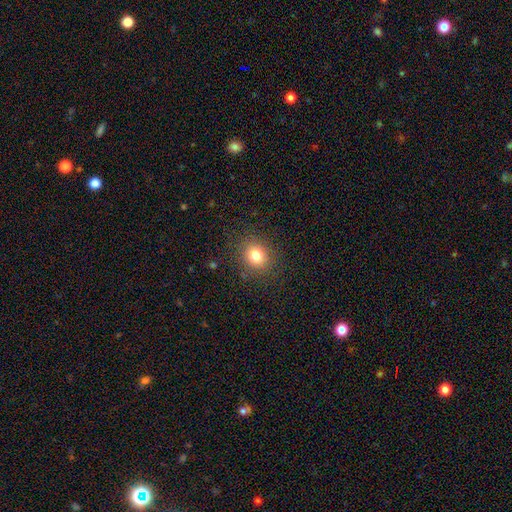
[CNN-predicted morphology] This appears to be a smooth galaxy with no disk features (79%) that is round (76%). Merging: none (87%).